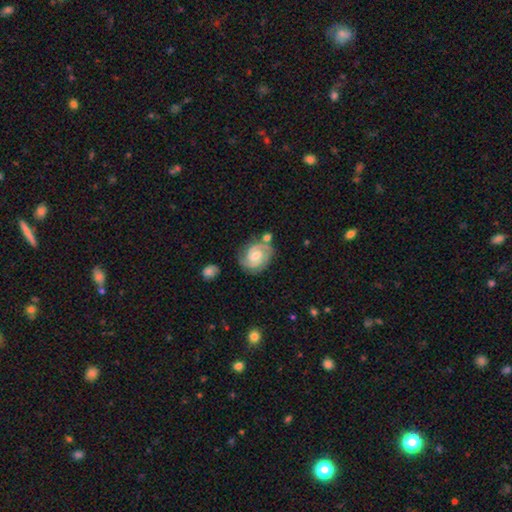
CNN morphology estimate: A featured or disk galaxy (85%) with no bar (45%), 2 (70%) tight (66%) spiral arms (97%) and a moderate central bulge (59%).

Vote fractions:
- Smooth or featured? featured or disk: 85% / smooth: 10% / star or artifact: 6%
- Edge-on disk? no: 98% / yes: 2%
- Bar? no: 45% / weak: 44% / strong: 11%
- Spiral arms? yes: 97% / no: 3%
- Spiral winding? tight: 66% / medium: 30% / loose: 5%
- Spiral arm count? 2: 70% / 3: 16% / can't tell: 8% / 4: 2% / 1: 2% / more than 4: 2%
- Bulge size? moderate: 59% / small: 35% / large: 4% / none: 2% / dominant: 1%
- Merging? none: 72% / minor disturbance: 16% / merger: 7% / major disturbance: 5%